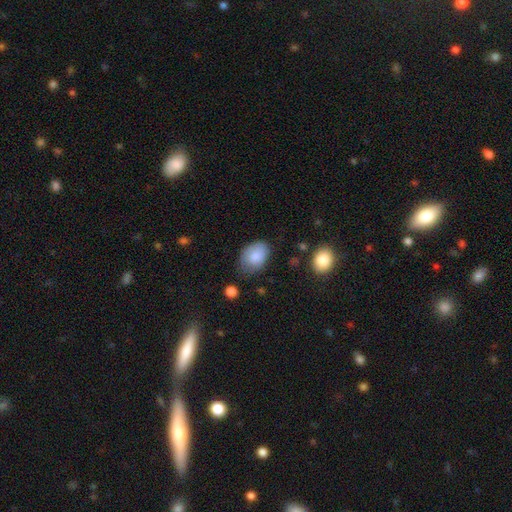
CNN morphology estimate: Q: Smooth or featured?
A: smooth (85%); runner-up: featured or disk (8%)
Q: How rounded?
A: in between (82%); runner-up: round (17%)
Q: Merging?
A: none (67%); runner-up: minor disturbance (25%)